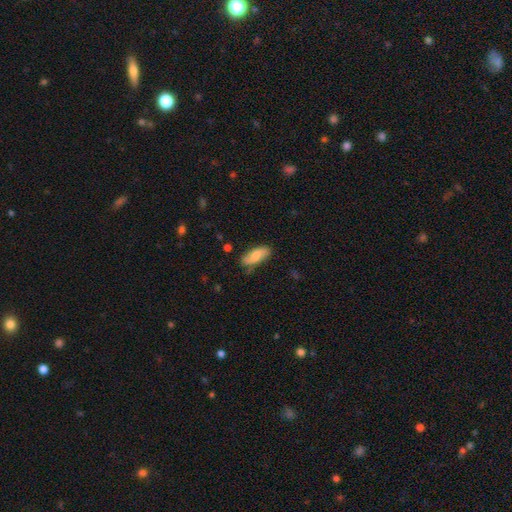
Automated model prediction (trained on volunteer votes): smooth_or_featured: smooth (p=0.71) [alt: featured or disk p=0.23]
how_rounded: in between (p=0.79) [alt: cigar-shaped p=0.19]
merging: none (p=0.71) [alt: minor disturbance p=0.22]